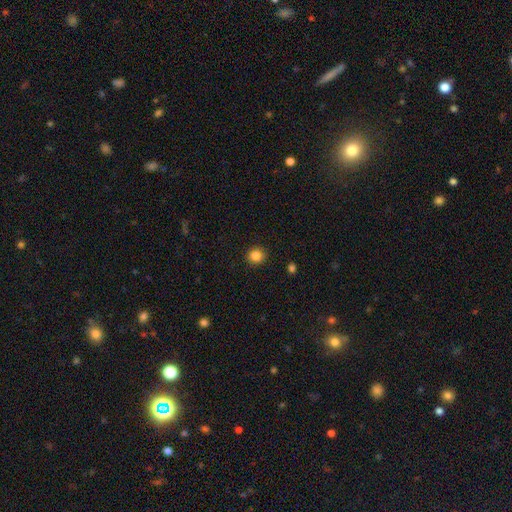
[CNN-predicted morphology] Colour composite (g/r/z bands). It shows a smooth galaxy with no disk features (85%) that is round (90%). Merging: none (92%).